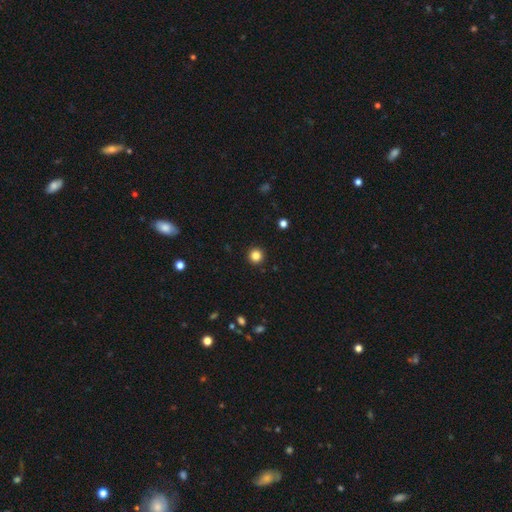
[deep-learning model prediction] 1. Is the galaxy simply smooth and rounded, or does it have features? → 84% smooth, 12% star or artifact, 4% featured or disk.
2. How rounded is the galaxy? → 96% round, 3% in between, 1% cigar-shaped.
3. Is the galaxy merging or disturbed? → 93% none, 4% minor disturbance, 2% major disturbance, 1% merger.